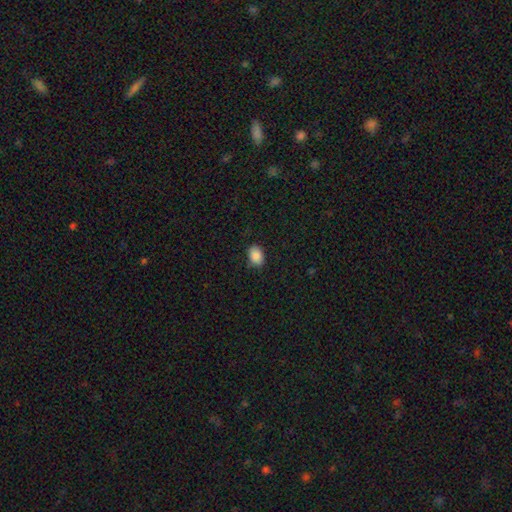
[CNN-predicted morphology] smooth_or_featured: smooth (p=0.88) [alt: star or artifact p=0.08]
how_rounded: in between (p=0.74) [alt: round p=0.25]
merging: none (p=0.82) [alt: minor disturbance p=0.14]